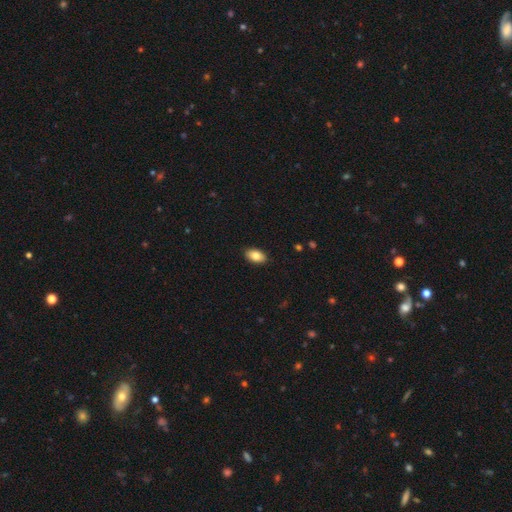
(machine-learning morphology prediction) Smooth or featured: smooth — 85% (featured or disk — 8%)
How rounded: in between — 93% (round — 5%)
Merging: none — 89% (minor disturbance — 8%)